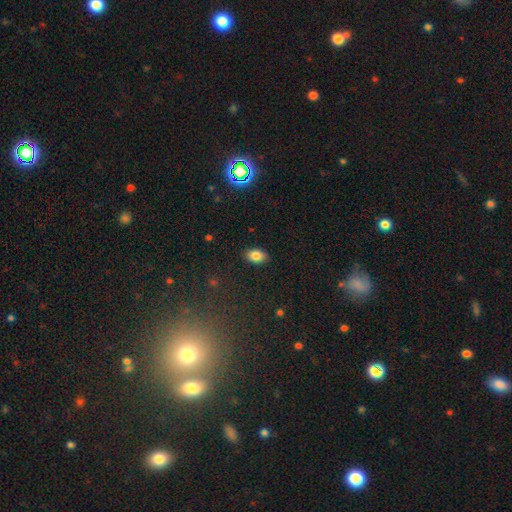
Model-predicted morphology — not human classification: The model was most divided on "smooth or featured": smooth: 83%, star or artifact: 9%, featured or disk: 7%. More confident: how rounded — in between (88%); merging — none (88%).